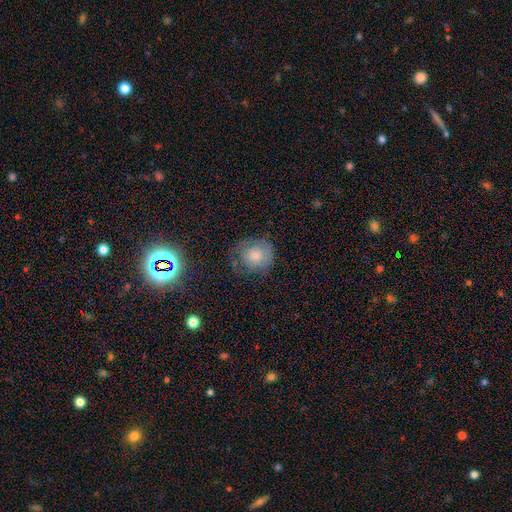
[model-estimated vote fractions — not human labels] Overall: smooth (67%). How rounded: round (79%). Merging: none (54%; minor disturbance 28%).